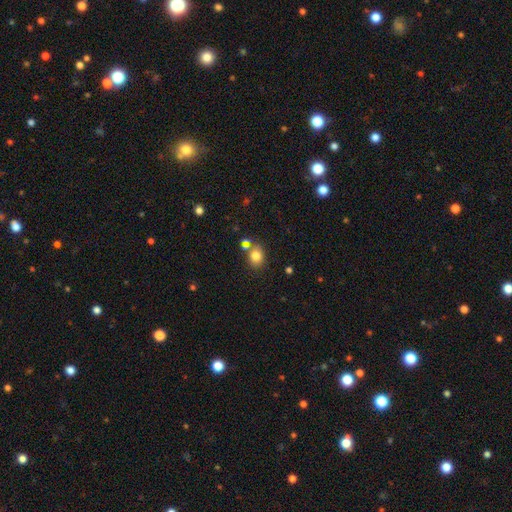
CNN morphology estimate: type=smooth (79%); roundness=round (54%); merging=none (63%).